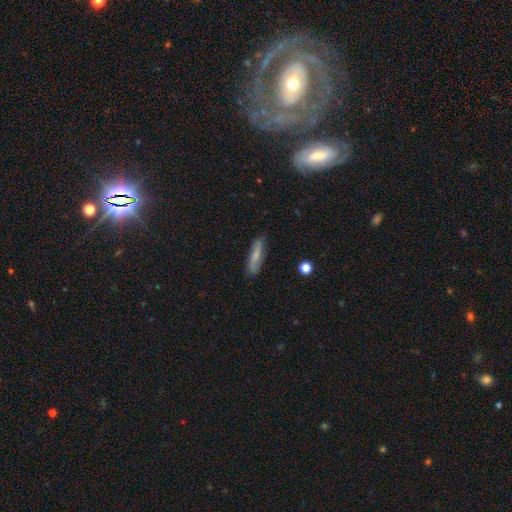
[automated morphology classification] smooth-or-featured: smooth: 67% | featured or disk: 26% | star or artifact: 7%
  how-rounded: cigar-shaped: 73% | in between: 25% | round: 2%
  merging: none: 81% | minor disturbance: 14% | major disturbance: 3% | merger: 2%